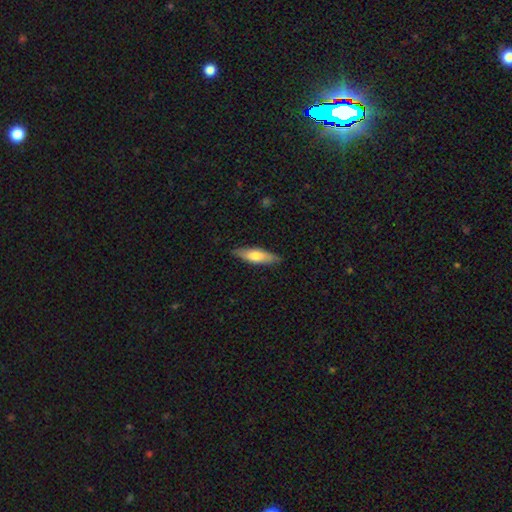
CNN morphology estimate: smooth_or_featured: smooth (p=0.64) [alt: featured or disk p=0.31]
how_rounded: cigar-shaped (p=0.60) [alt: in between p=0.38]
merging: none (p=0.86) [alt: minor disturbance p=0.11]